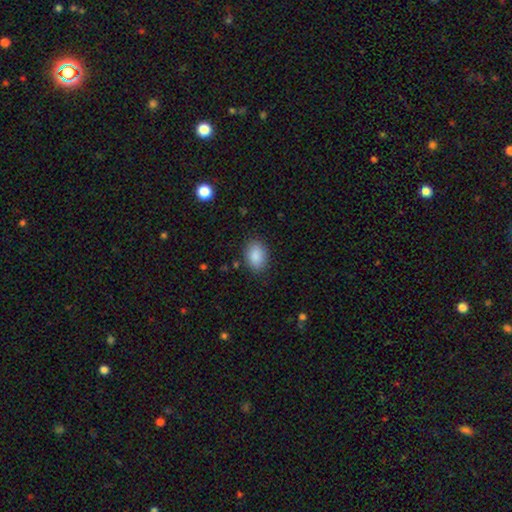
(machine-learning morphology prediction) A smooth galaxy with no disk features (89%) that is in between round and cigar-shaped (80%).

Vote fractions:
- Smooth or featured? smooth: 89% / star or artifact: 7% / featured or disk: 4%
- How rounded? in between: 80% / round: 18% / cigar-shaped: 1%
- Merging? none: 85% / minor disturbance: 11% / major disturbance: 3% / merger: 1%